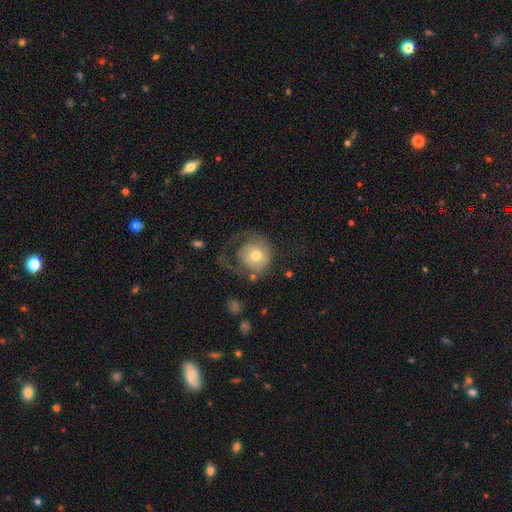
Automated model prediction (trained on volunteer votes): The model was most divided on "smooth or featured": smooth: 47%, featured or disk: 45%, star or artifact: 7%. Remaining: merging — major disturbance (48%).